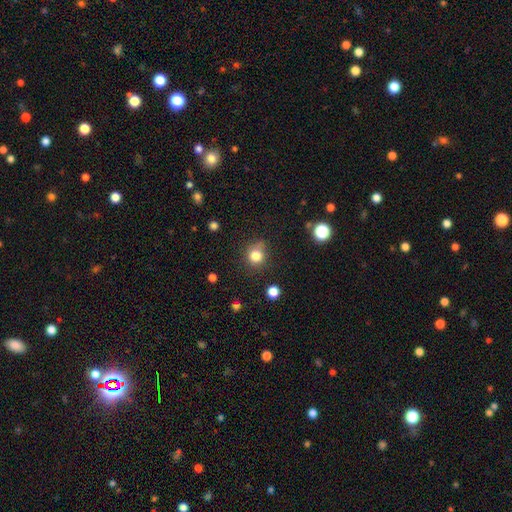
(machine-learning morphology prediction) Overall: smooth (81%). How rounded: round (85%). Merging: none (76%).